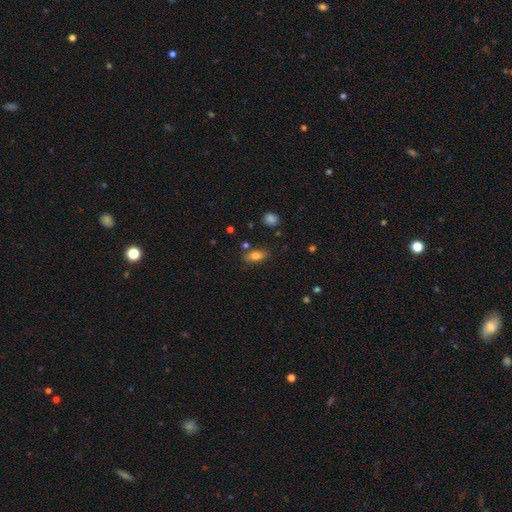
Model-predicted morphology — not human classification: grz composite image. It shows a smooth galaxy with no disk features (80%) that is in between round and cigar-shaped (84%). Merging: none (78%).